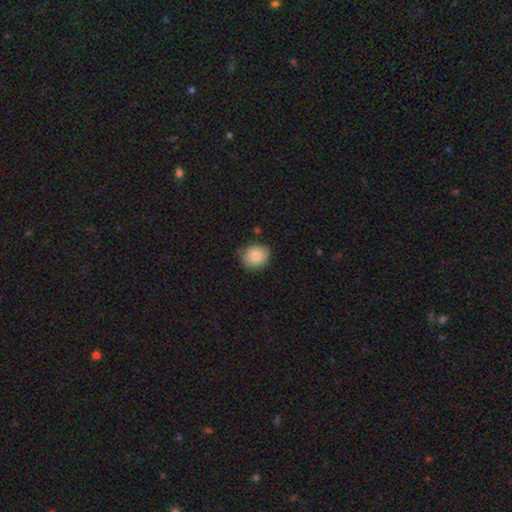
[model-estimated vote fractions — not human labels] Smooth or featured? smooth (82%)
How rounded? round (76%)
Merging? none (79%)